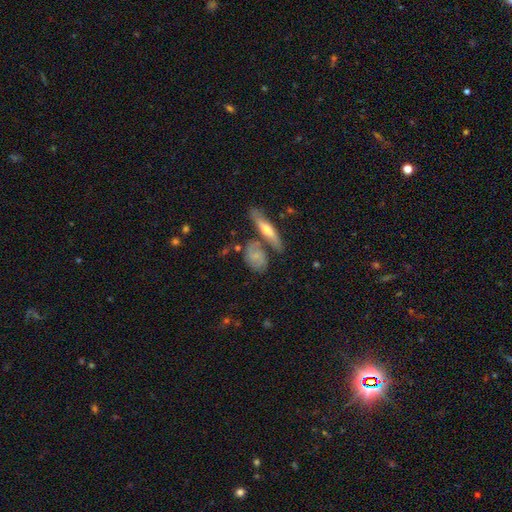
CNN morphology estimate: This appears to be a smooth galaxy with no disk features (54%) that is in between round and cigar-shaped (60%). Merging: none (56%).